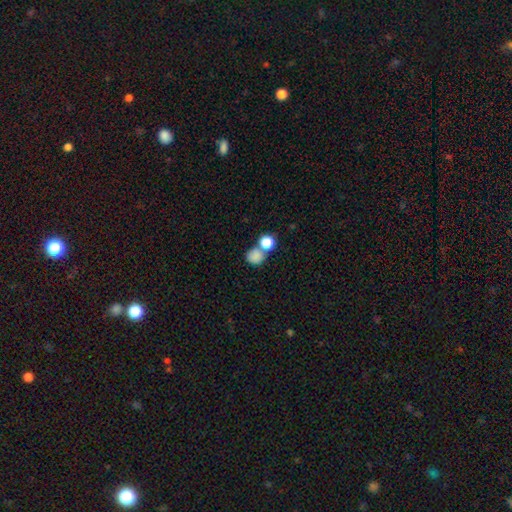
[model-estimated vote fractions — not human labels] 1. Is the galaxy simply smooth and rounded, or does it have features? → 82% smooth, 11% star or artifact, 7% featured or disk.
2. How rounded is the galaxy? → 81% round, 18% in between, 1% cigar-shaped.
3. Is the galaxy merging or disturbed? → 49% none, 37% merger, 10% minor disturbance, 5% major disturbance.